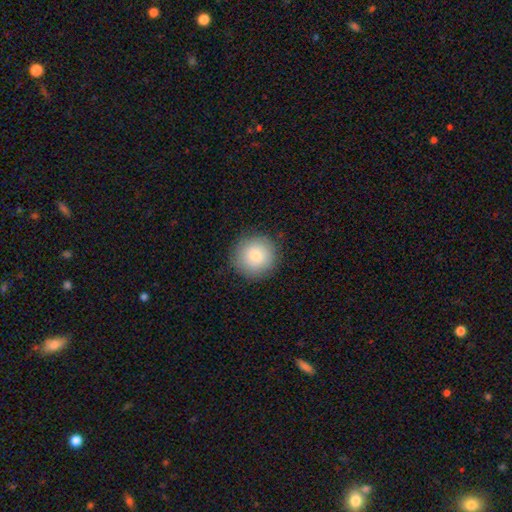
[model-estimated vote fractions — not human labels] smooth_or_featured: smooth (p=0.80) [alt: featured or disk p=0.12]
how_rounded: round (p=0.95) [alt: in between p=0.04]
merging: none (p=0.88) [alt: minor disturbance p=0.08]